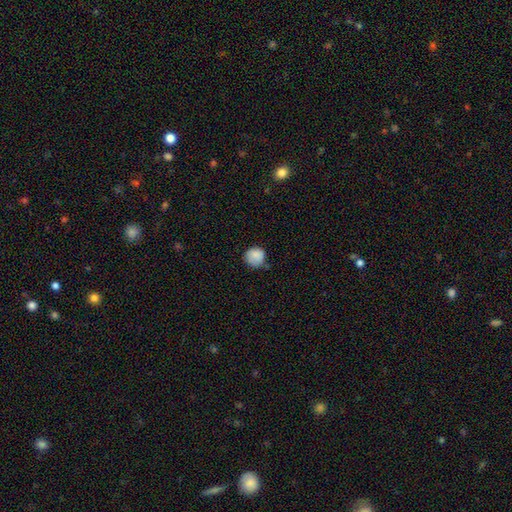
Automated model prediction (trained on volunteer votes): Q: Smooth or featured?
A: smooth (85%); runner-up: star or artifact (8%)
Q: How rounded?
A: round (88%); runner-up: in between (11%)
Q: Merging?
A: none (68%); runner-up: minor disturbance (24%)